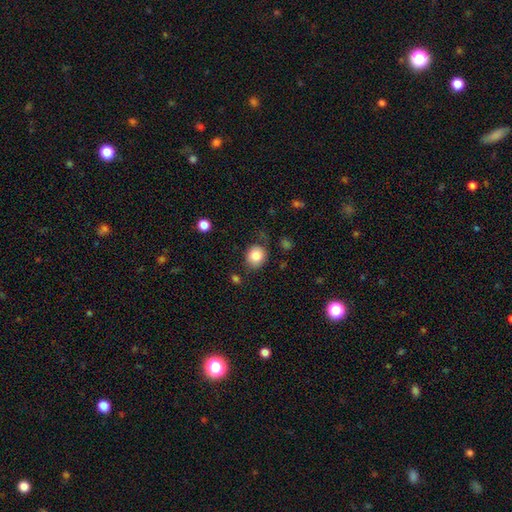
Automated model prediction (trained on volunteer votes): A smooth galaxy with no disk features (84%) that is round (74%).

Vote fractions:
- Smooth or featured? smooth: 84% / star or artifact: 9% / featured or disk: 7%
- How rounded? round: 74% / in between: 25% / cigar-shaped: 1%
- Merging? none: 74% / minor disturbance: 17% / major disturbance: 6% / merger: 3%